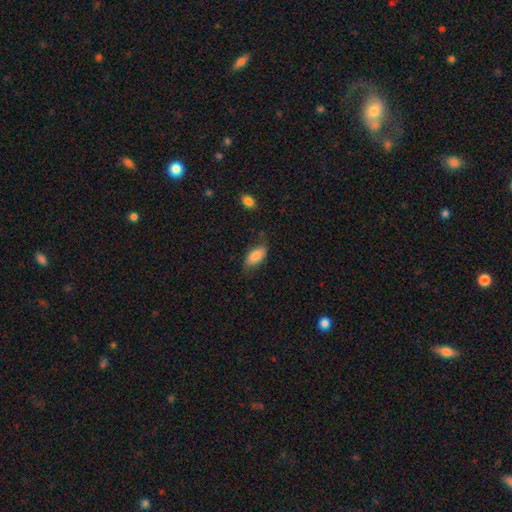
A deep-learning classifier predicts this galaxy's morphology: smooth 82%, featured or disk 11%, star or artifact 7%. Down the decision tree: how rounded — in between (92%); merging — none (68%).